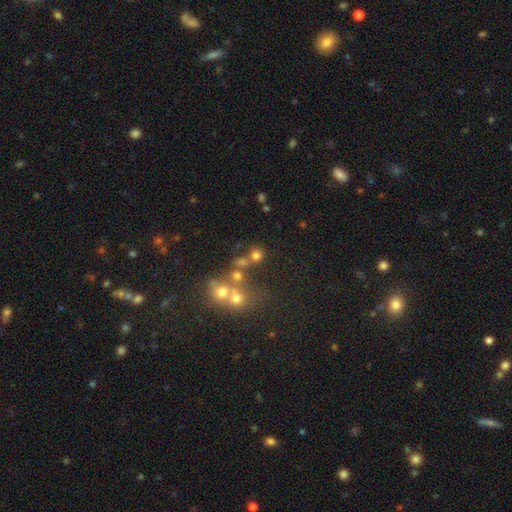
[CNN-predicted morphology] A smooth galaxy with no disk features (67%) that is round (85%). Merging: none (58%).